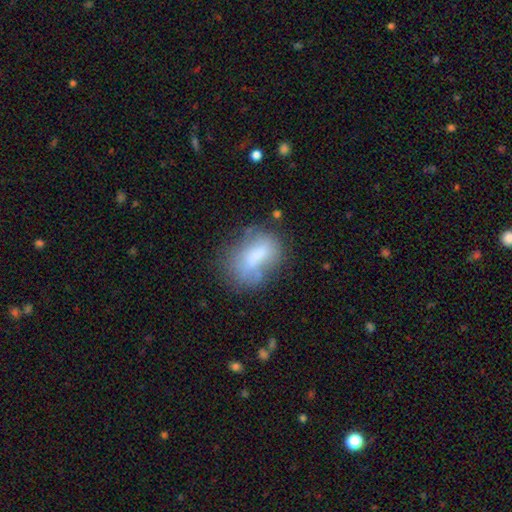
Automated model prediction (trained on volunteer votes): Smooth or featured: smooth — 67% (featured or disk — 23%)
How rounded: in between — 81% (round — 16%)
Merging: none — 48% (minor disturbance — 26%)